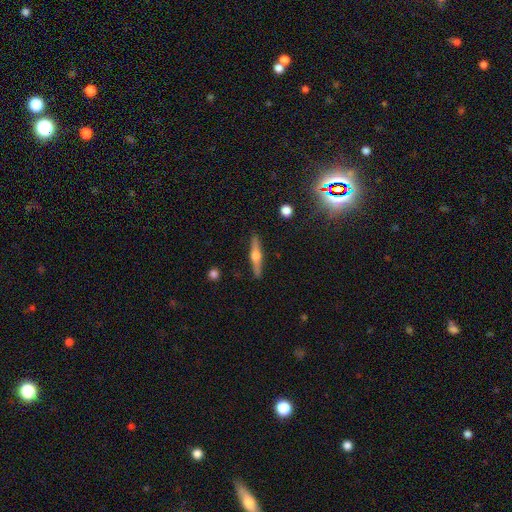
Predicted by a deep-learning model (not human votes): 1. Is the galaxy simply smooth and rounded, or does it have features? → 63% featured or disk, 30% smooth, 6% star or artifact.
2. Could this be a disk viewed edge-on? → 97% yes, 3% no.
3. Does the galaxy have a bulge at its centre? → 93% rounded, 4% boxy, 3% none.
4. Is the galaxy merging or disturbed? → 89% none, 8% minor disturbance, 2% major disturbance, 1% merger.